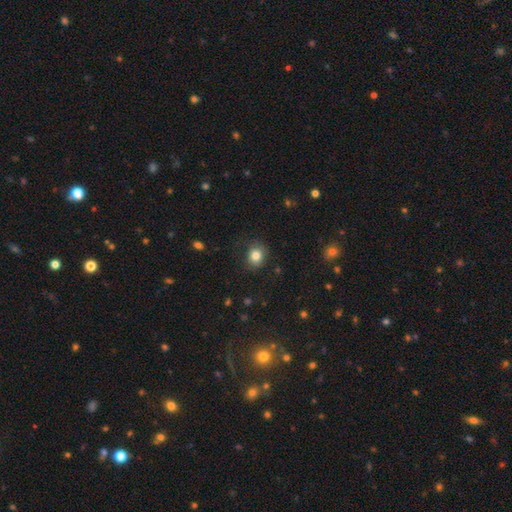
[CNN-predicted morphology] Smooth or featured? smooth (82%)
How rounded? round (71%)
Merging? none (79%)